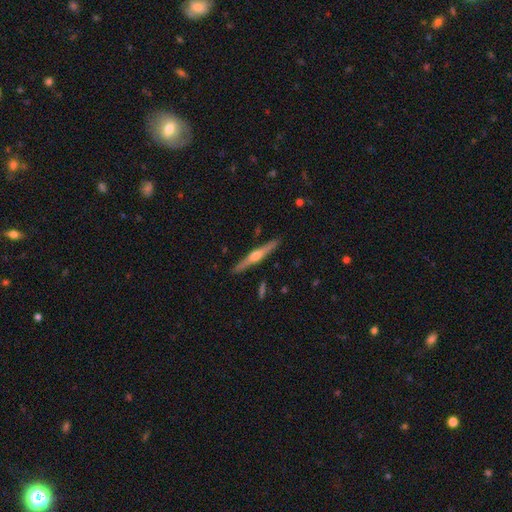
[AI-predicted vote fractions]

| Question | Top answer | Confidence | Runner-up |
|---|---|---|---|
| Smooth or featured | featured or disk | 71% | smooth (23%) |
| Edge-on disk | yes | 98% | no (2%) |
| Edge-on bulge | rounded | 90% | none (5%) |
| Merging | none | 90% | minor disturbance (7%) |